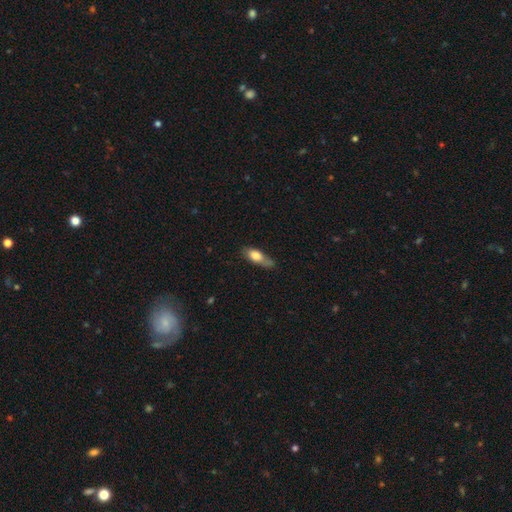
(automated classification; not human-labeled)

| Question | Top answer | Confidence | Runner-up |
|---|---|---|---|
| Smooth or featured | smooth | 70% | featured or disk (23%) |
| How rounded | in between | 68% | cigar-shaped (28%) |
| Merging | none | 47% | minor disturbance (35%) |